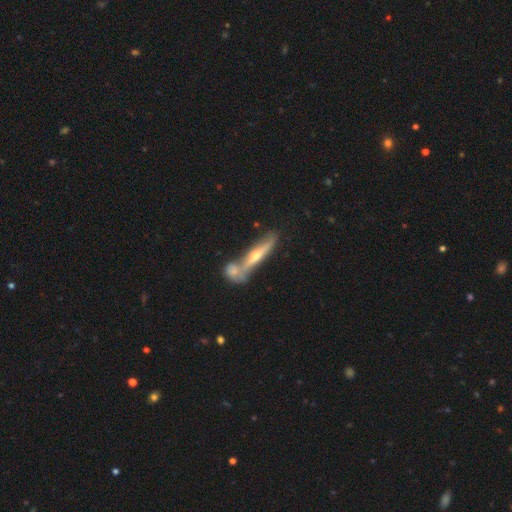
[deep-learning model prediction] Smooth or featured? featured or disk (62%)
Edge-on disk? yes (82%)
Edge-on bulge? rounded (89%)
Merging? merger (47%)